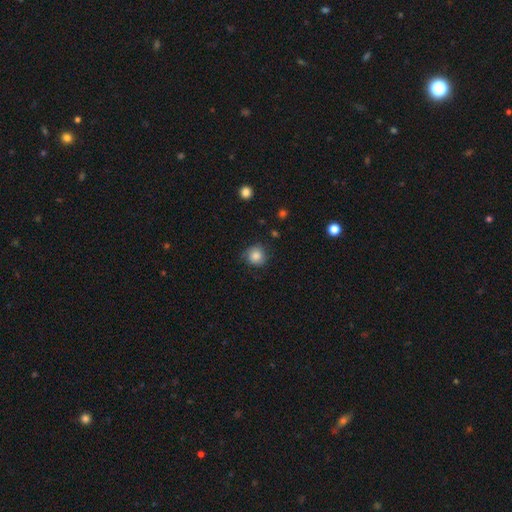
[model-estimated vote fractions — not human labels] A smooth galaxy with no disk features (83%) that is round (88%).

Vote fractions:
- Smooth or featured? smooth: 83% / star or artifact: 9% / featured or disk: 8%
- How rounded? round: 88% / in between: 11% / cigar-shaped: 1%
- Merging? none: 73% / minor disturbance: 20% / major disturbance: 5% / merger: 1%